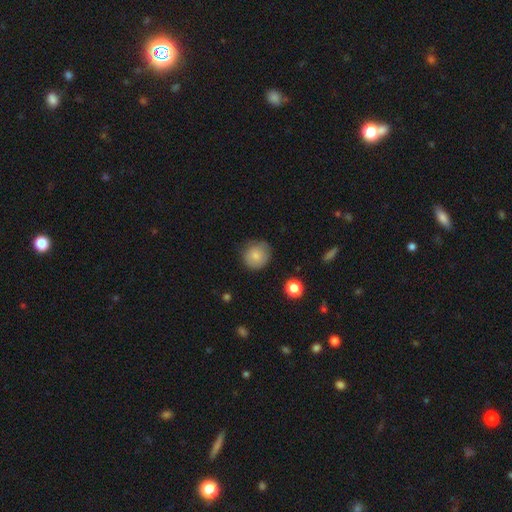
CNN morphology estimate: smooth-or-featured: smooth: 81% | featured or disk: 10% | star or artifact: 9%
  how-rounded: round: 85% | in between: 14% | cigar-shaped: 1%
  merging: none: 75% | minor disturbance: 19% | major disturbance: 4% | merger: 1%